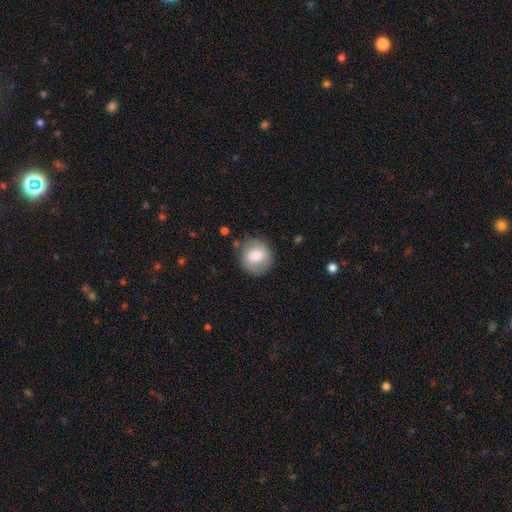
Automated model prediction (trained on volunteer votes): Smooth or featured: smooth — 71% (featured or disk — 21%)
How rounded: round — 92% (in between — 7%)
Merging: none — 84% (minor disturbance — 11%)